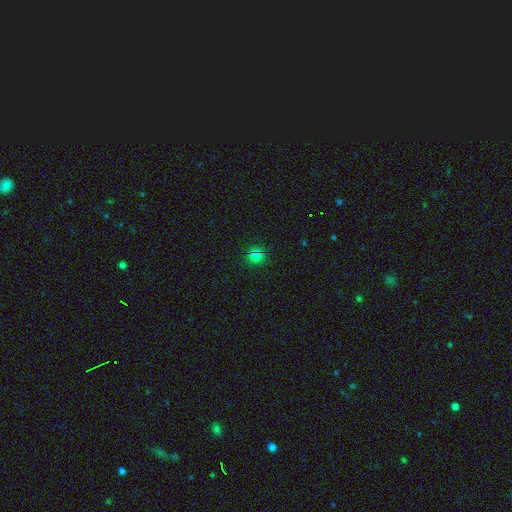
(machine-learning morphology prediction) smooth-or-featured: smooth: 73% | star or artifact: 21% | featured or disk: 6%
  how-rounded: round: 89% | in between: 10% | cigar-shaped: 1%
  merging: none: 87% | minor disturbance: 8% | major disturbance: 2% | merger: 2%